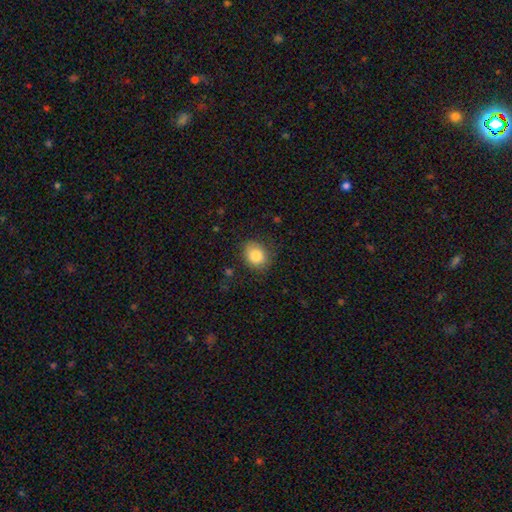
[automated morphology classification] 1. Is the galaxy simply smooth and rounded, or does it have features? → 84% smooth, 9% star or artifact, 7% featured or disk.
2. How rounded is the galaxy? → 52% round, 47% in between, 1% cigar-shaped.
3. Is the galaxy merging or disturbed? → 81% none, 14% minor disturbance, 4% major disturbance, 1% merger.